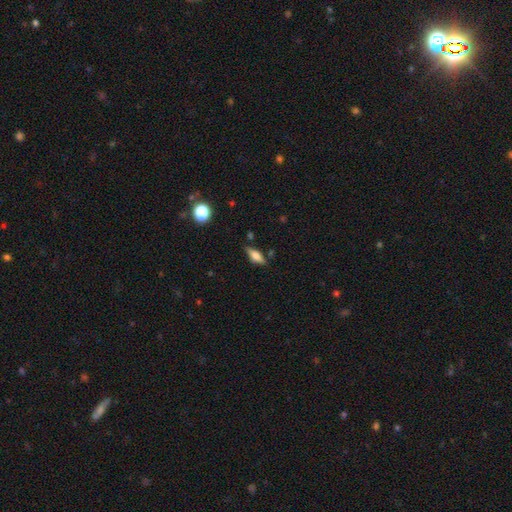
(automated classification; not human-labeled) Morphology: type=smooth (54%); roundness=in between (62%); merging=none (78%).